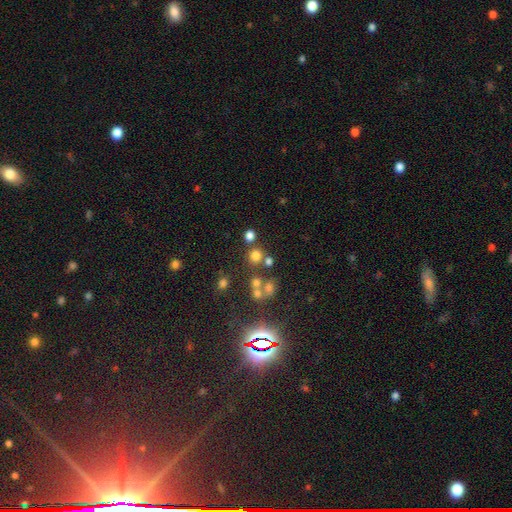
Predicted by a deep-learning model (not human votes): Morphology: type=smooth (69%); roundness=round (89%); merging=none (70%).